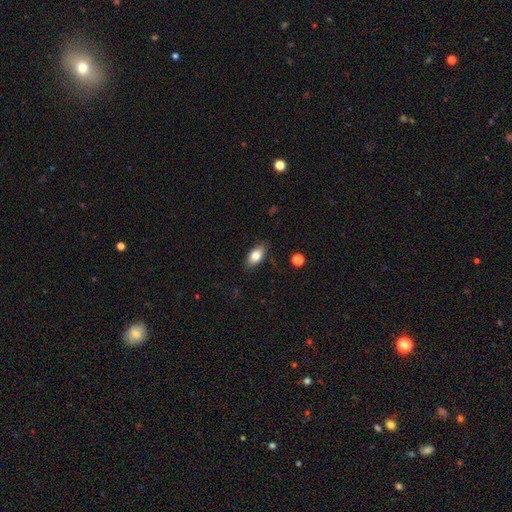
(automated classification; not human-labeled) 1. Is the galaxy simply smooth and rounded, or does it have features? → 80% smooth, 12% featured or disk, 8% star or artifact.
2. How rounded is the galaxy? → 89% in between, 6% cigar-shaped, 6% round.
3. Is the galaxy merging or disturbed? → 83% none, 13% minor disturbance, 3% major disturbance, 1% merger.